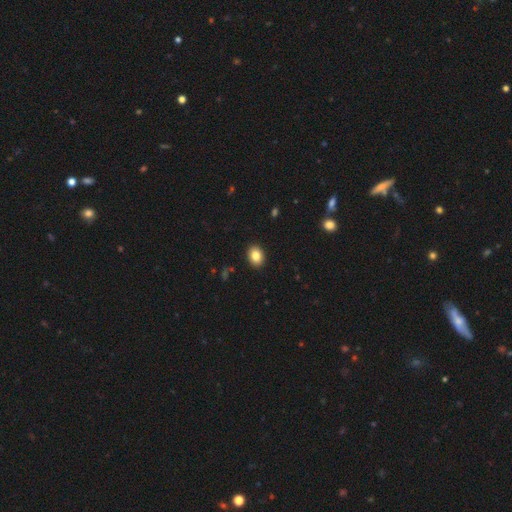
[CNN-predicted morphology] A smooth galaxy with no disk features (85%) that is in between round and cigar-shaped (66%).

Vote fractions:
- Smooth or featured? smooth: 85% / star or artifact: 9% / featured or disk: 6%
- How rounded? in between: 66% / round: 33% / cigar-shaped: 1%
- Merging? none: 91% / minor disturbance: 6% / major disturbance: 2% / merger: 1%